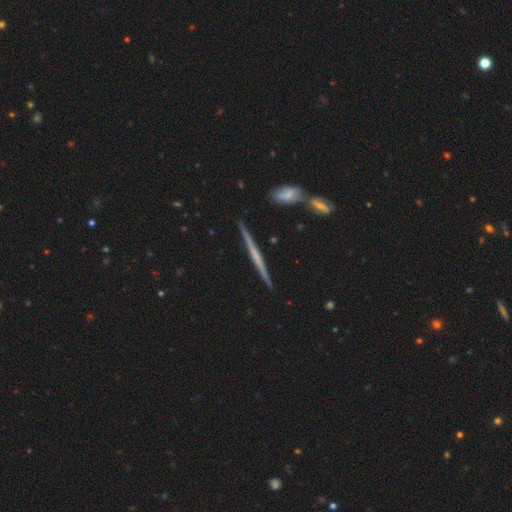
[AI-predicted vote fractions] Smooth or featured?
  - featured or disk: 68% *
  - smooth: 26%
  - star or artifact: 6%
Edge-on disk?
  - yes: 98% *
  - no: 2%
Edge-on bulge?
  - none: 69% *
  - rounded: 23%
  - boxy: 9%
Merging?
  - none: 90% *
  - minor disturbance: 6%
  - merger: 3%
  - major disturbance: 1%